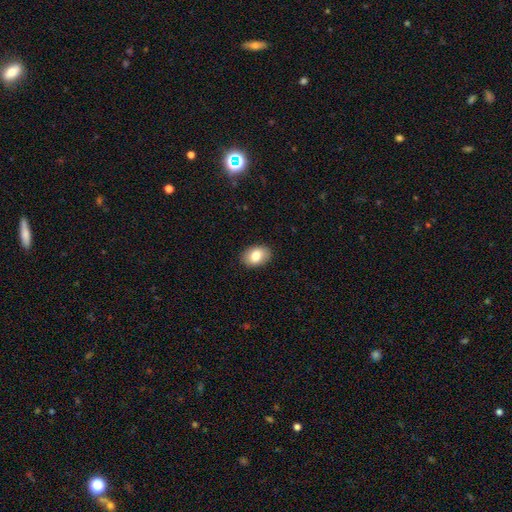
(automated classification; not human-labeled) Smooth or featured? Predicted: smooth (p=0.82). How rounded? Predicted: in between (p=0.82). Merging? Predicted: none (p=0.88).